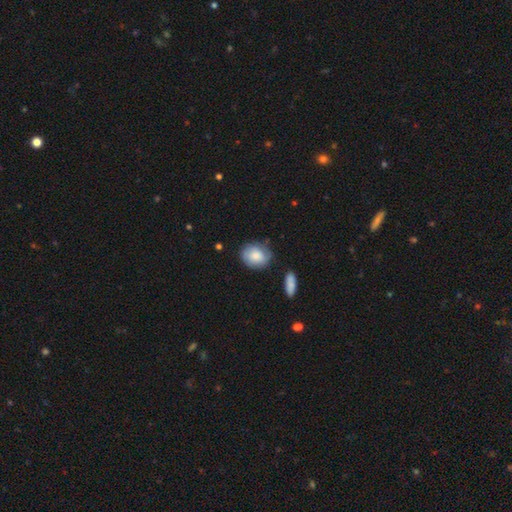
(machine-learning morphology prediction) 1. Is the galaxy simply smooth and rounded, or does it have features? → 74% smooth, 19% featured or disk, 7% star or artifact.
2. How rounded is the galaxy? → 56% round, 42% in between, 1% cigar-shaped.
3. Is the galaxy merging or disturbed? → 68% none, 22% minor disturbance, 6% major disturbance, 4% merger.